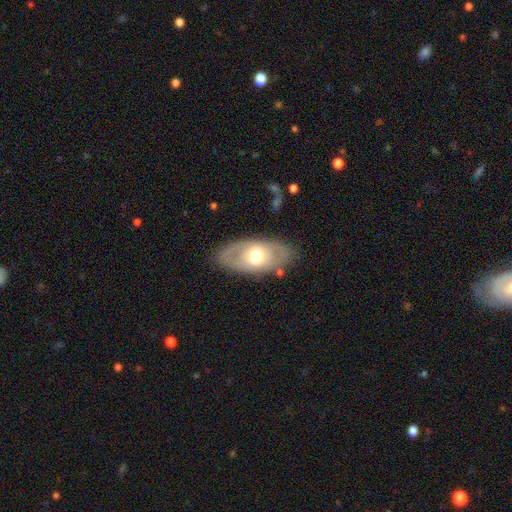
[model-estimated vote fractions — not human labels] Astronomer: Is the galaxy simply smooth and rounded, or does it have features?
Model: featured or disk — 47%, tied with smooth at 47%.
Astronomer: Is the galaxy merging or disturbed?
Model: none — 80%.